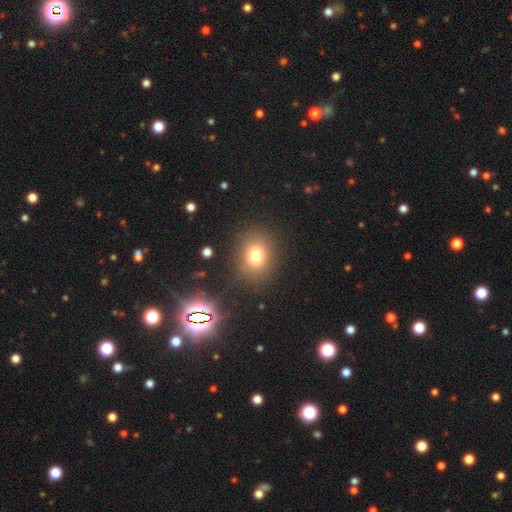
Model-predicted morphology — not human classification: A smooth galaxy with no disk features (74%) that is round (63%).

Vote fractions:
- Smooth or featured? smooth: 74% / star or artifact: 16% / featured or disk: 10%
- How rounded? round: 63% / in between: 36% / cigar-shaped: 1%
- Merging? none: 84% / minor disturbance: 9% / major disturbance: 4% / merger: 3%